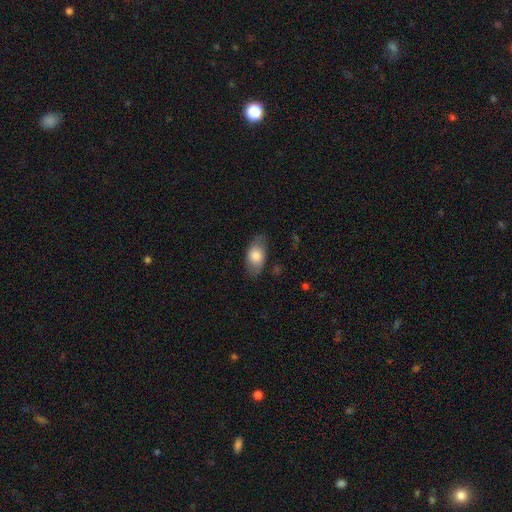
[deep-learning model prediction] Smooth or featured? smooth (76%)
How rounded? in between (91%)
Merging? none (77%)